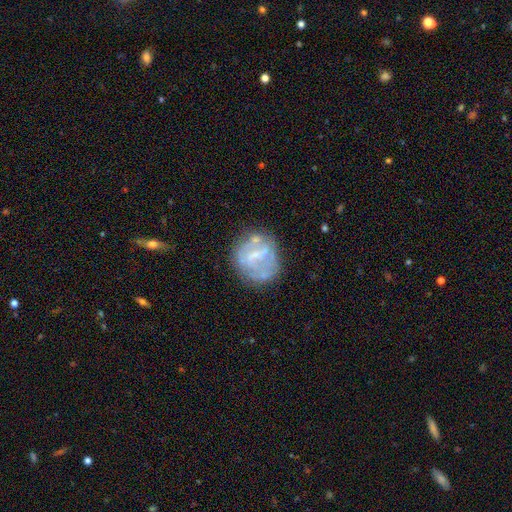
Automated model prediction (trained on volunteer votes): Morphology: type=featured or disk (65%); edge-on=no (98%); bar=no (40%, tied with weak); spiral arms=no (67%); bulge=small (47%); merging=none (57%).